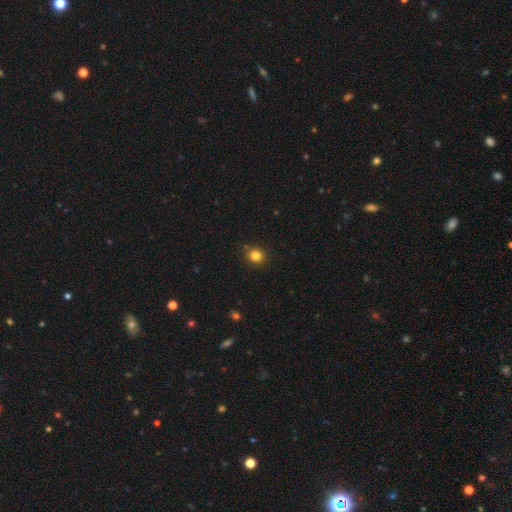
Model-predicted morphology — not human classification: smooth_or_featured: smooth (p=0.83) [alt: star or artifact p=0.12]
how_rounded: round (p=0.80) [alt: in between p=0.19]
merging: none (p=0.86) [alt: minor disturbance p=0.10]